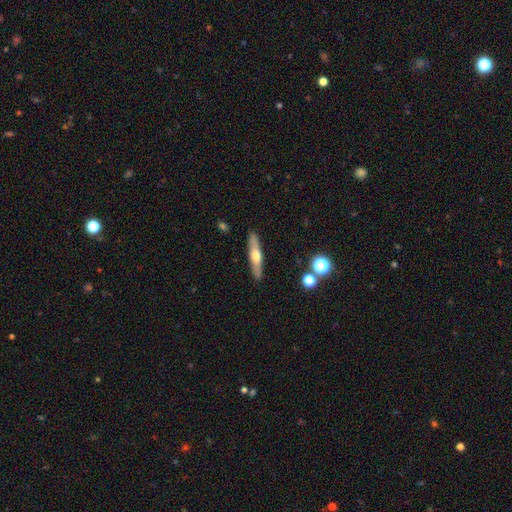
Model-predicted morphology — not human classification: The model was most divided on "smooth or featured": featured or disk: 51%, smooth: 42%, star or artifact: 6%. More confident: merging — none (89%); edge-on disk — yes (87%).